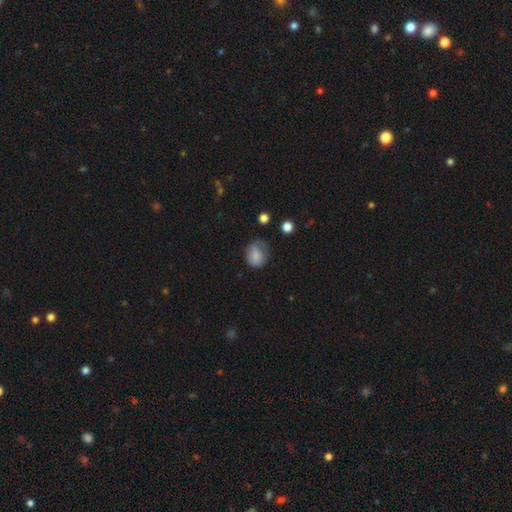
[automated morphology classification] A smooth galaxy with no disk features (78%) that is round (62%). Merging: none (46%).